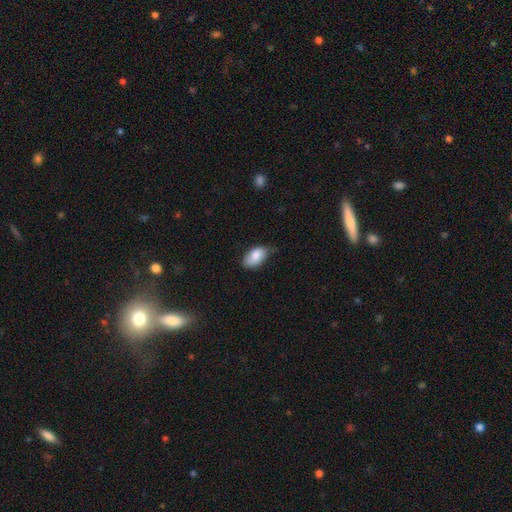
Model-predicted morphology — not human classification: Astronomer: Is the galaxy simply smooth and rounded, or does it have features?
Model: smooth — 82%.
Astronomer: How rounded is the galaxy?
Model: in between — 93%.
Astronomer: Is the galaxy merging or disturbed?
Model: none — 56% (runner-up: minor disturbance, 36%).